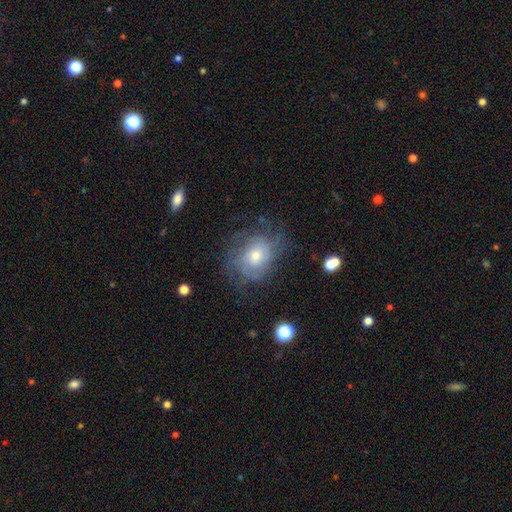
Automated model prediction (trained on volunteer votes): Smooth or featured: featured or disk — 64% (smooth — 26%)
Edge-on disk: no — 97% (yes — 3%)
Bar: no — 77% (weak — 21%)
Spiral arms: yes — 80% (no — 20%)
Bulge size: moderate — 57% (small — 33%)
Merging: none — 62% (minor disturbance — 21%)